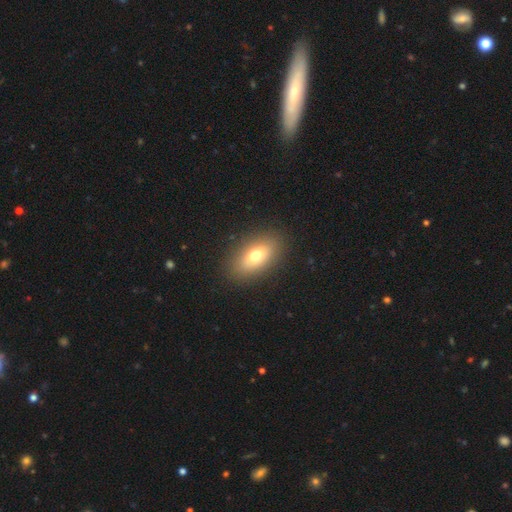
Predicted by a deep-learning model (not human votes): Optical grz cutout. It shows a smooth galaxy with no disk features (73%) that is in between round and cigar-shaped (86%). Merging: none (88%).